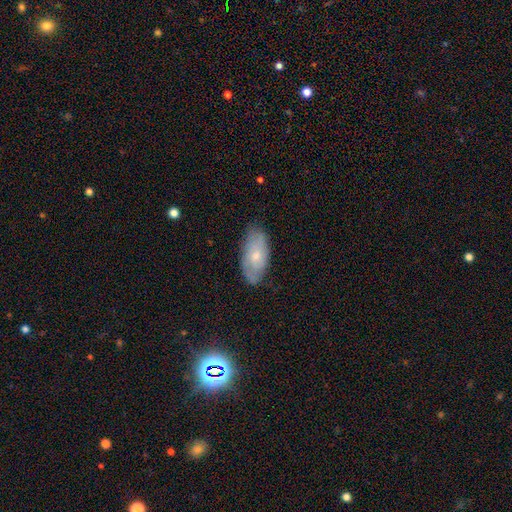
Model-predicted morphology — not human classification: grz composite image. It shows a smooth galaxy with no disk features (48%). Merging: none (74%).